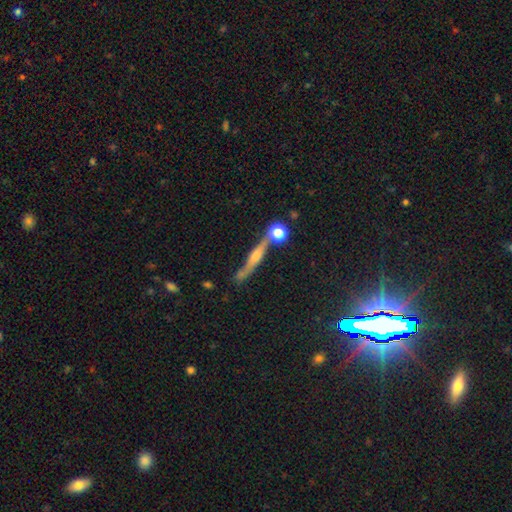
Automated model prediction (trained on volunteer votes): Q: Smooth or featured?
A: featured or disk (64%); runner-up: smooth (22%)
Q: Edge-on disk?
A: yes (90%); runner-up: no (10%)
Q: Edge-on bulge?
A: rounded (71%); runner-up: none (15%)
Q: Merging?
A: none (71%); runner-up: minor disturbance (14%)